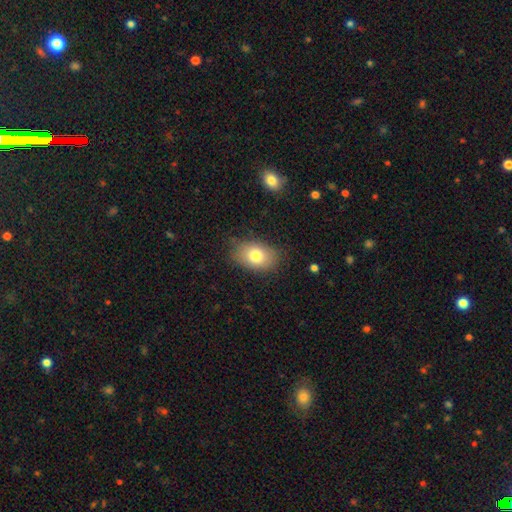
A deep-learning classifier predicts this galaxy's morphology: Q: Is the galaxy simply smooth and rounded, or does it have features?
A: smooth — 78%.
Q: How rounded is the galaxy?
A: in between — 80%.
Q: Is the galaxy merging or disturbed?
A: none — 76%.